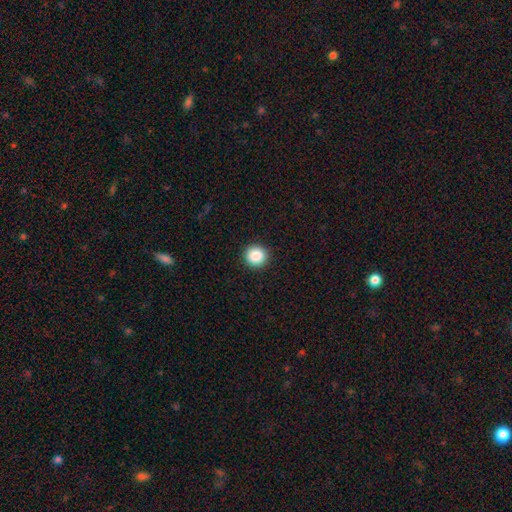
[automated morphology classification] This appears to be a smooth galaxy with no disk features (87%) that is round (94%). Merging: none (93%).